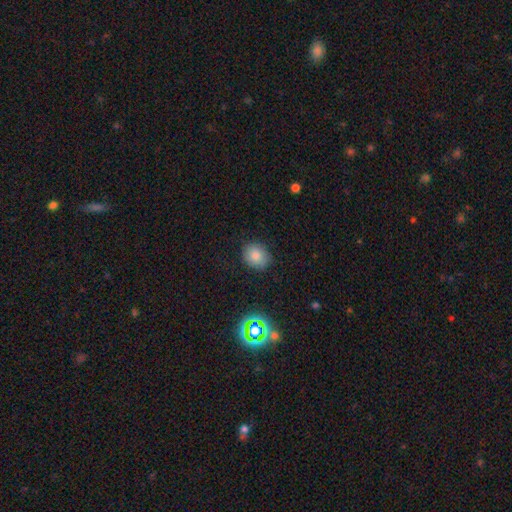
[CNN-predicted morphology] smooth 82%, star or artifact 12%, featured or disk 7%. Down the decision tree: how rounded — round (66%); merging — none (82%).